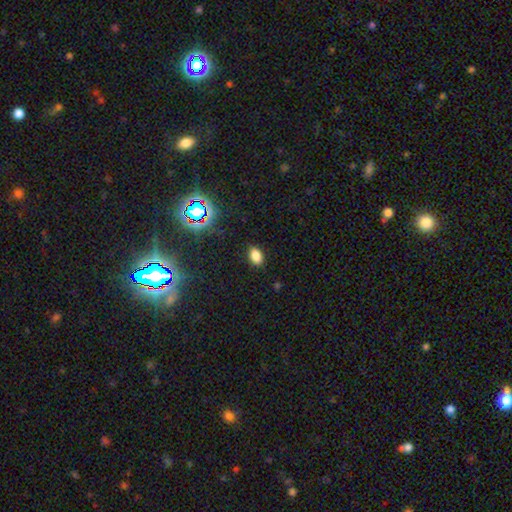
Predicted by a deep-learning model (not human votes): A smooth galaxy with no disk features (81%) that is in between round and cigar-shaped (88%).

Vote fractions:
- Smooth or featured? smooth: 81% / star or artifact: 14% / featured or disk: 5%
- How rounded? in between: 88% / round: 10% / cigar-shaped: 2%
- Merging? none: 88% / minor disturbance: 9% / major disturbance: 2% / merger: 1%